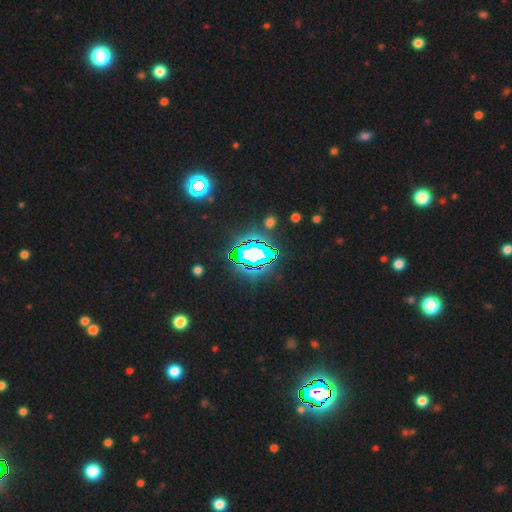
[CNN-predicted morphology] Smooth or featured? star or artifact (69%)